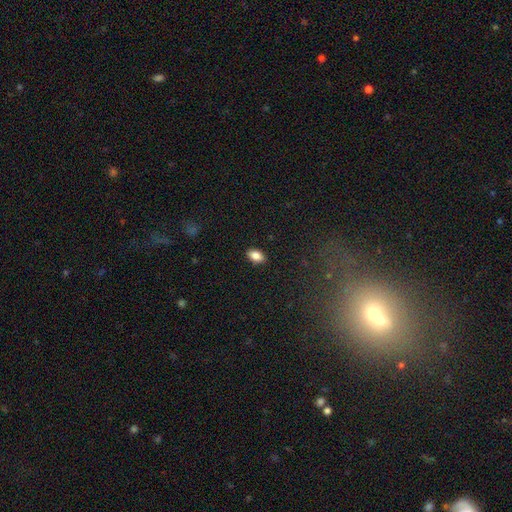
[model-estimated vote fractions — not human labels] A smooth galaxy with no disk features (85%) that is in between round and cigar-shaped (89%). Merging: none (89%).